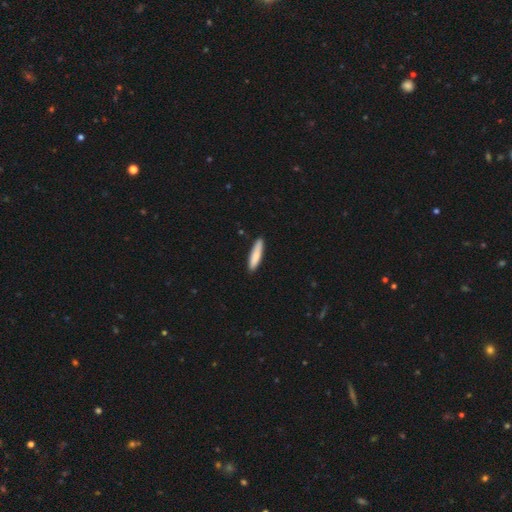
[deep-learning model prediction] smooth_or_featured: smooth (p=0.84) [alt: featured or disk p=0.11]
how_rounded: cigar-shaped (p=0.83) [alt: in between p=0.16]
merging: none (p=0.88) [alt: minor disturbance p=0.09]